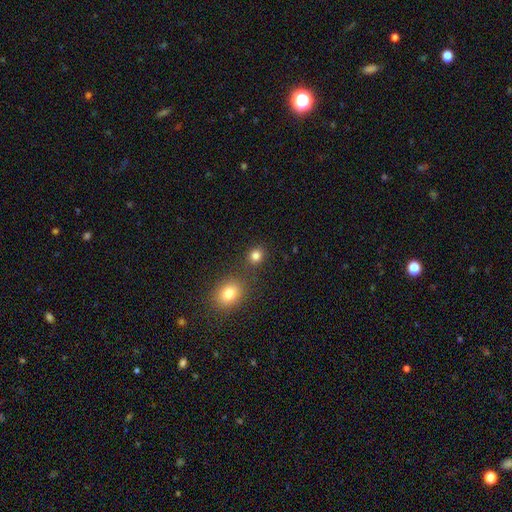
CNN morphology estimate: Q: Smooth or featured?
A: smooth (82%); runner-up: star or artifact (13%)
Q: How rounded?
A: round (74%); runner-up: in between (25%)
Q: Merging?
A: none (77%); runner-up: merger (11%)